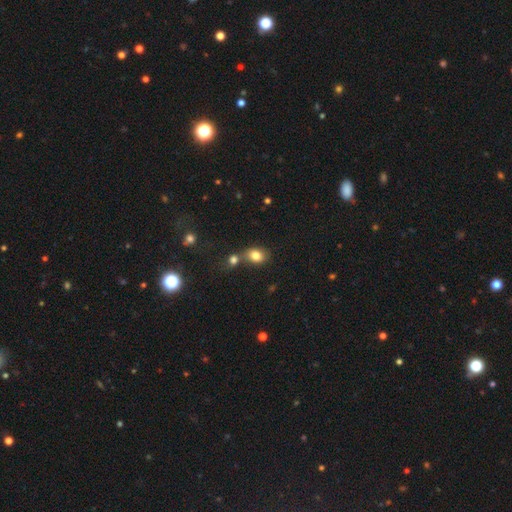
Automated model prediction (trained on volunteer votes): smooth 81%, star or artifact 11%, featured or disk 8%. Down the decision tree: how rounded — in between (62%); merging — none (49%).